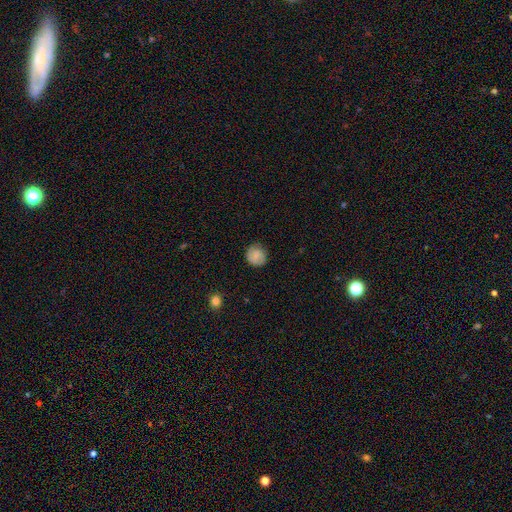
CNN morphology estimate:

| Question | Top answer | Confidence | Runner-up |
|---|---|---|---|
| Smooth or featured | smooth | 76% | featured or disk (16%) |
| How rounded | round | 83% | in between (17%) |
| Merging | none | 75% | minor disturbance (19%) |